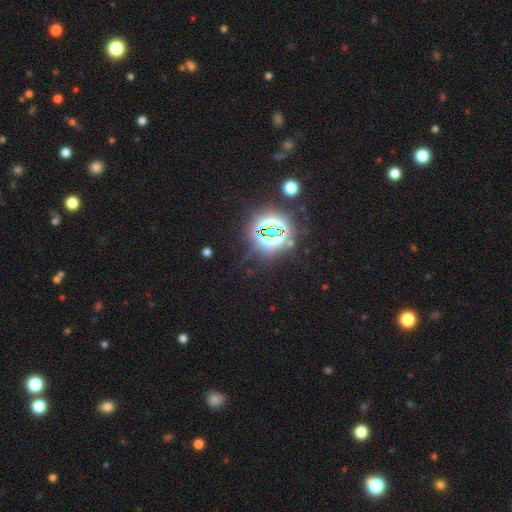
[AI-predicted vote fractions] Morphology: type=star or artifact (83%).